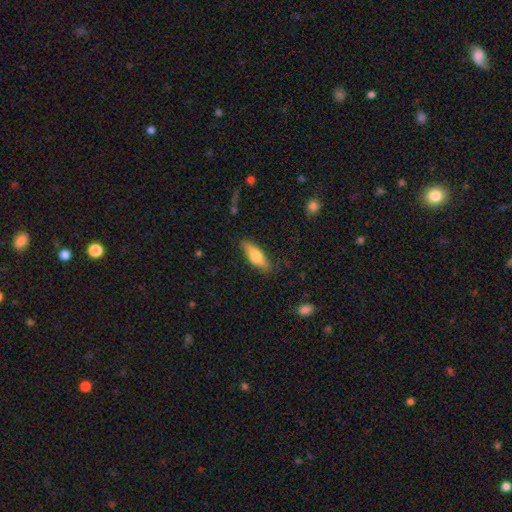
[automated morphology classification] Smooth or featured?
  - smooth: 66% *
  - featured or disk: 28%
  - star or artifact: 6%
How rounded?
  - in between: 50% *
  - cigar-shaped: 48%
  - round: 2%
Merging?
  - none: 83% *
  - minor disturbance: 13%
  - major disturbance: 3%
  - merger: 1%